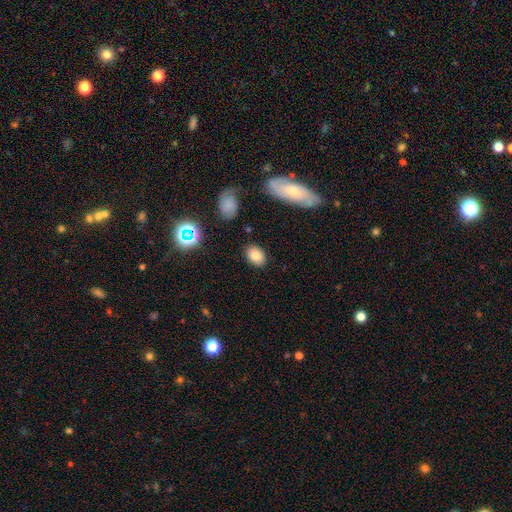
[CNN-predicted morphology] A smooth galaxy with no disk features (81%) that is in between round and cigar-shaped (77%). Merging: none (85%).